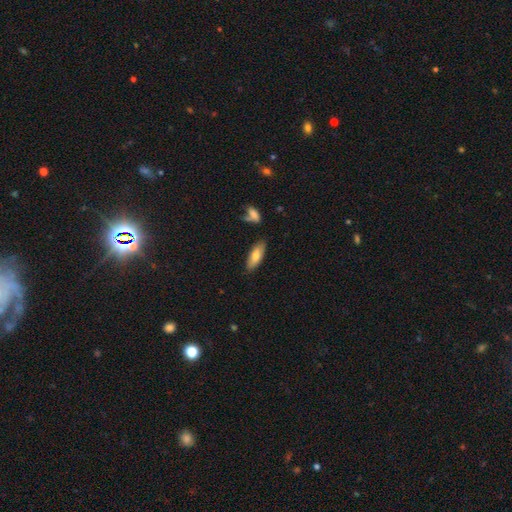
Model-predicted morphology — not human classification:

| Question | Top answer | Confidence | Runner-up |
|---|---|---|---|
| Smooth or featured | smooth | 73% | featured or disk (21%) |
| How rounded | in between | 69% | cigar-shaped (29%) |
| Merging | none | 82% | minor disturbance (12%) |